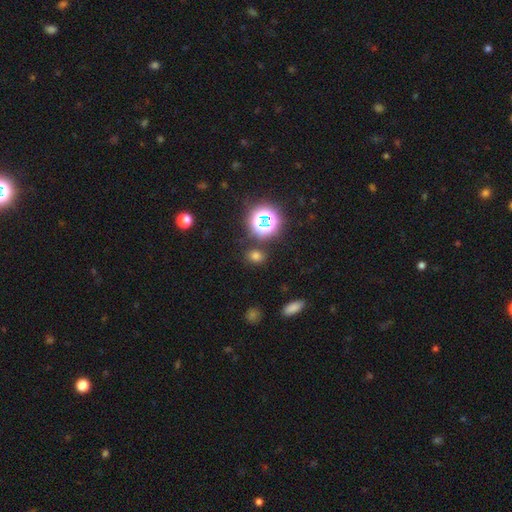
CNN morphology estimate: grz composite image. It shows a smooth galaxy with no disk features (66%) that is round (52%). Merging: none (82%).